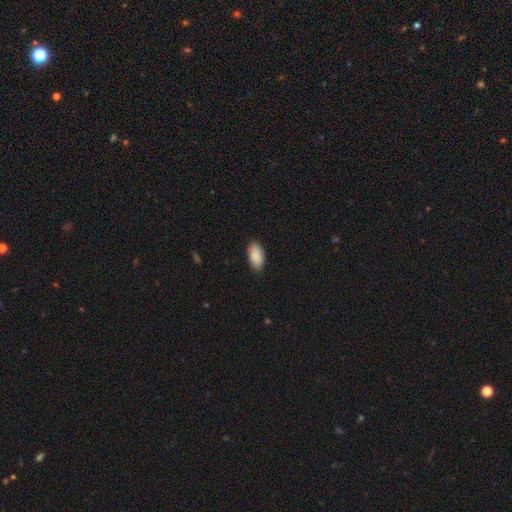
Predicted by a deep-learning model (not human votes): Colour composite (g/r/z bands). It shows a smooth galaxy with no disk features (90%) that is in between round and cigar-shaped (94%). Merging: none (86%).